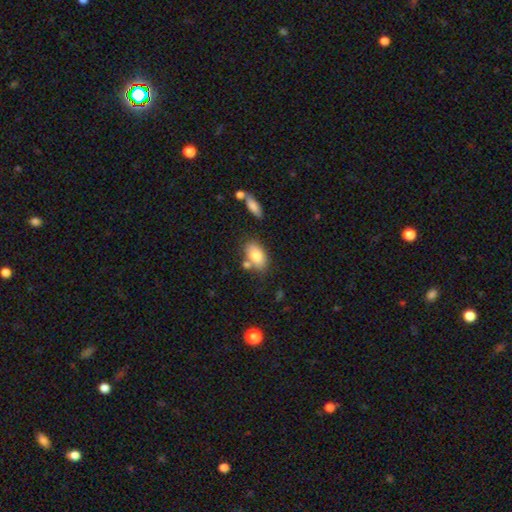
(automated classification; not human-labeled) smooth 78%, featured or disk 14%, star or artifact 8%. Down the decision tree: how rounded — in between (89%); merging — none (65%).